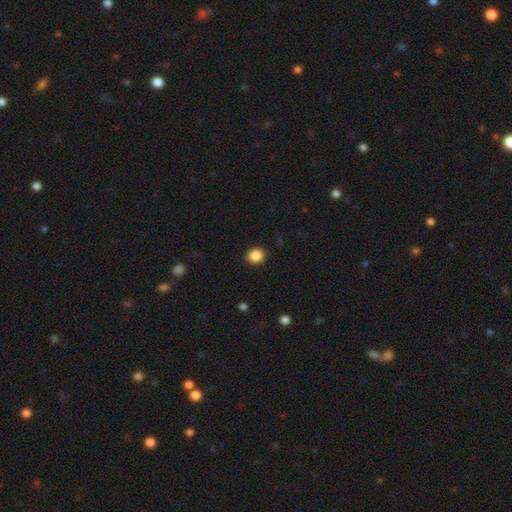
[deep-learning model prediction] smooth 87%, star or artifact 9%, featured or disk 3%. Down the decision tree: how rounded — round (77%); merging — none (91%).